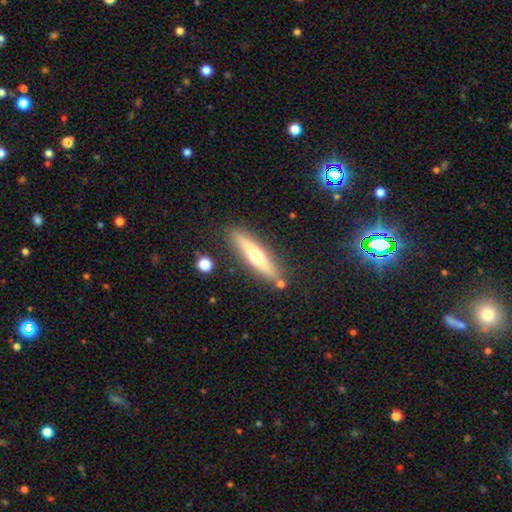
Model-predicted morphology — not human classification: Smooth or featured?
  - featured or disk: 51% *
  - smooth: 43%
  - star or artifact: 6%
Edge-on disk?
  - yes: 91% *
  - no: 9%
Merging?
  - none: 83% *
  - minor disturbance: 10%
  - merger: 4%
  - major disturbance: 3%